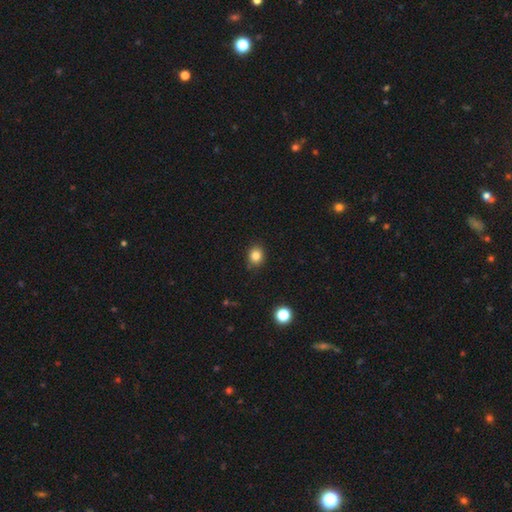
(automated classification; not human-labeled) Q: Smooth or featured?
A: smooth (83%); runner-up: star or artifact (11%)
Q: How rounded?
A: round (70%); runner-up: in between (30%)
Q: Merging?
A: none (86%); runner-up: minor disturbance (11%)